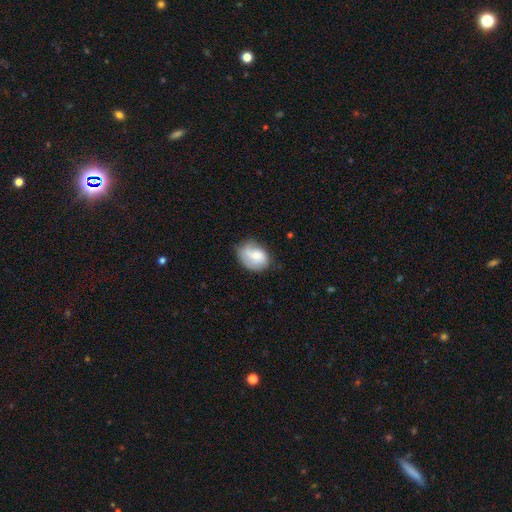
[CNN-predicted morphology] smooth 56%, featured or disk 37%, star or artifact 7%. Down the decision tree: how rounded — in between (66%); merging — none (59%).